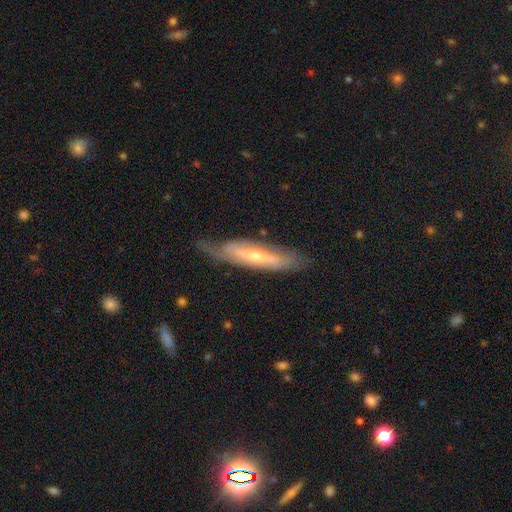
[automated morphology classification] Smooth or featured: featured or disk — 68% (smooth — 26%)
Edge-on disk: no — 53% (yes — 47%)
Merging: none — 61% (minor disturbance — 27%)